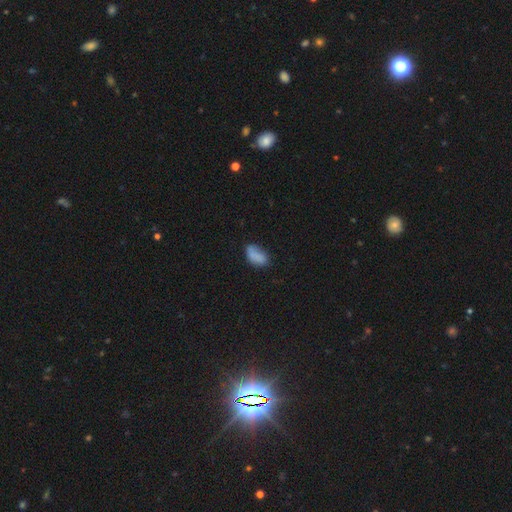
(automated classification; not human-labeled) This is clearly a smooth galaxy (81%). How rounded: clearly in between (92%). Merging: possibly none (57%).